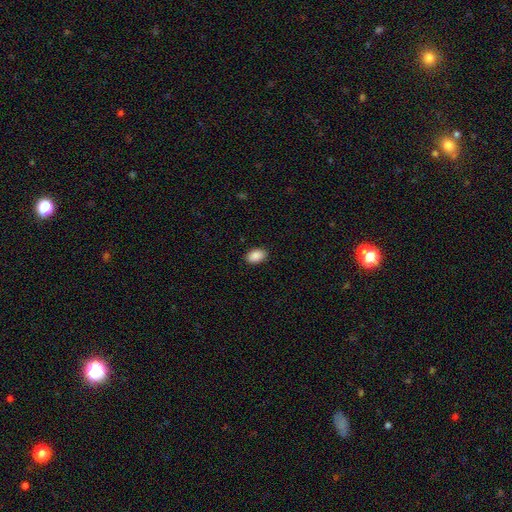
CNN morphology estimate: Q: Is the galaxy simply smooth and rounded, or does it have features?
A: smooth — 90%.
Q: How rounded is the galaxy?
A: in between — 91%.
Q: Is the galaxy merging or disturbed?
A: none — 89%.